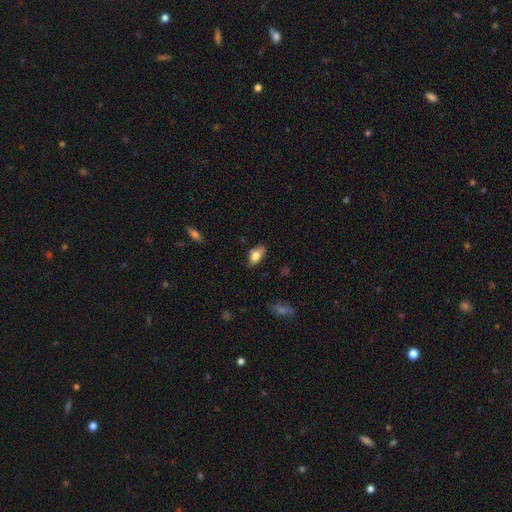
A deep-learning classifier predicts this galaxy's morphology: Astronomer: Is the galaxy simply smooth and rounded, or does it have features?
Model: smooth — 80%.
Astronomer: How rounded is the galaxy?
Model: in between — 91%.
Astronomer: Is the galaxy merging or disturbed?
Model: none — 70%.